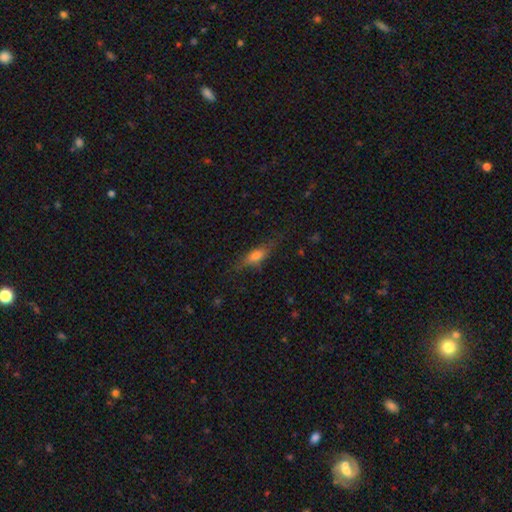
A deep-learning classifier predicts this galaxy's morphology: The model was most divided on "how rounded": in between: 53%, cigar-shaped: 43%, round: 4%. More confident: merging — none (71%); smooth or featured — smooth (60%).